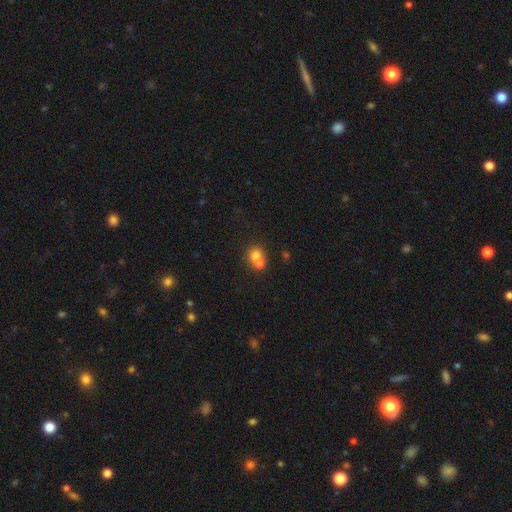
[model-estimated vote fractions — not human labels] Smooth or featured? smooth (72%)
How rounded? round (81%)
Merging? merger (59%)